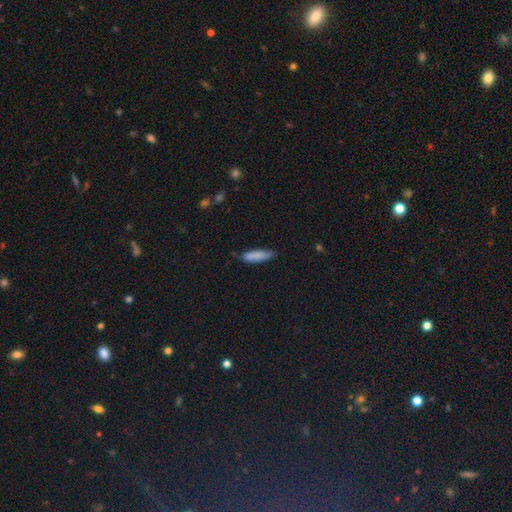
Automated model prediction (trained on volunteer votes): Smooth or featured? smooth (85%)
How rounded? cigar-shaped (65%)
Merging? none (76%)